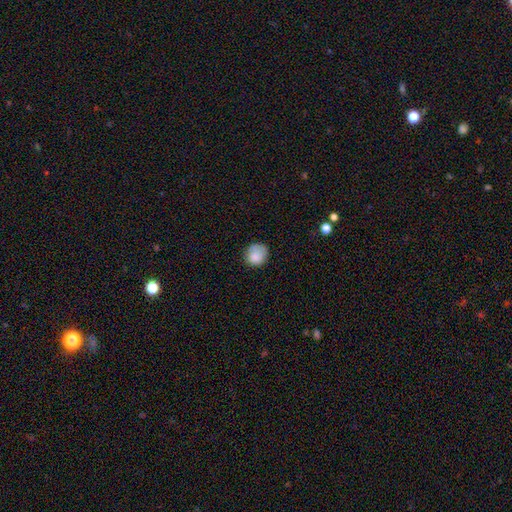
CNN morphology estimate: Smooth or featured: smooth — 83% (star or artifact — 9%)
How rounded: round — 79% (in between — 20%)
Merging: none — 66% (minor disturbance — 24%)